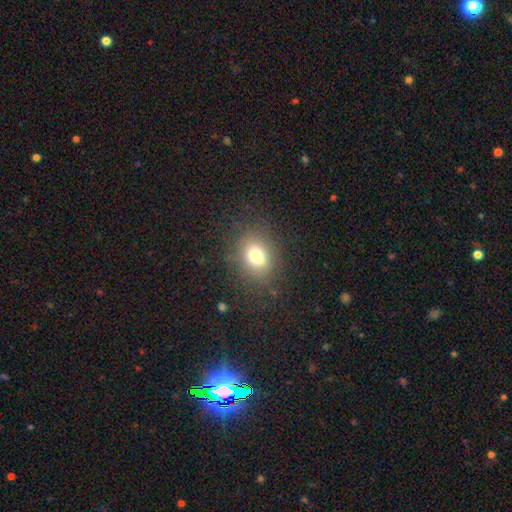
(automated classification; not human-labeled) A smooth galaxy with no disk features (71%) that is round (52%). Merging: none (77%).